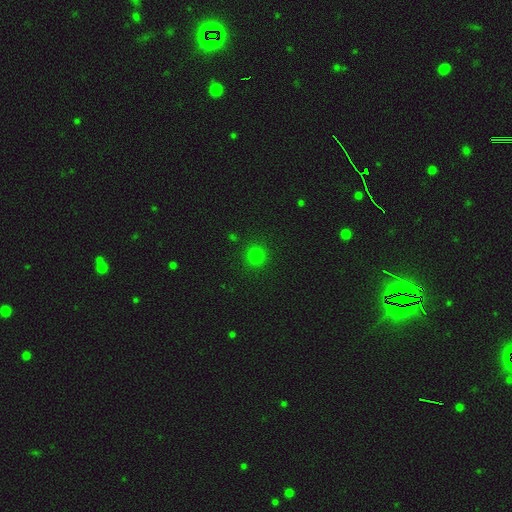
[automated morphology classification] type=smooth (78%); roundness=round (92%); merging=none (90%).